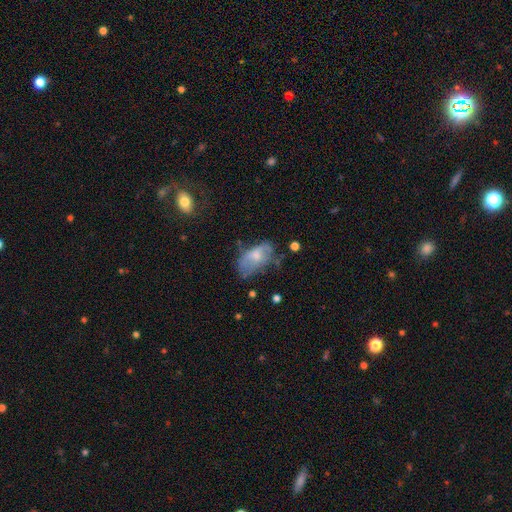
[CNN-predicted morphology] type=smooth (53%); roundness=in between (91%); merging=none (34%).